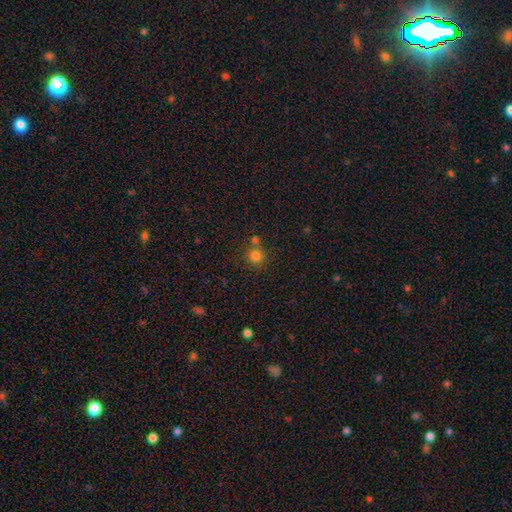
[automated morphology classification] smooth_or_featured: smooth (p=0.80) [alt: star or artifact p=0.14]
how_rounded: round (p=0.91) [alt: in between p=0.08]
merging: none (p=0.66) [alt: merger p=0.22]